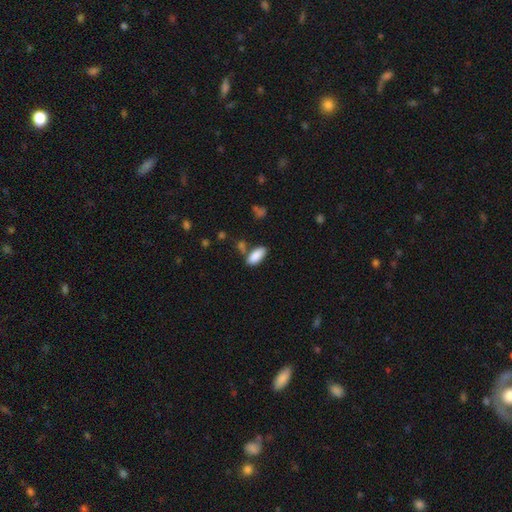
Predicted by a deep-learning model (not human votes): smooth-or-featured: smooth: 88% | star or artifact: 7% | featured or disk: 5%
  how-rounded: in between: 86% | cigar-shaped: 12% | round: 2%
  merging: none: 70% | minor disturbance: 15% | merger: 11% | major disturbance: 4%